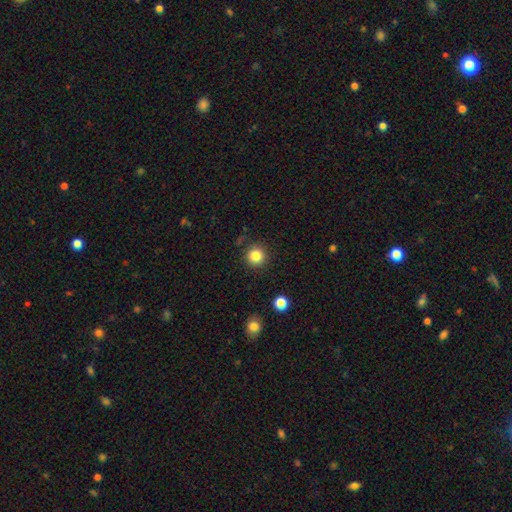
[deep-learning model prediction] smooth-or-featured: smooth: 84% | star or artifact: 11% | featured or disk: 5%
  how-rounded: round: 94% | in between: 5% | cigar-shaped: 1%
  merging: none: 89% | minor disturbance: 7% | major disturbance: 2% | merger: 2%